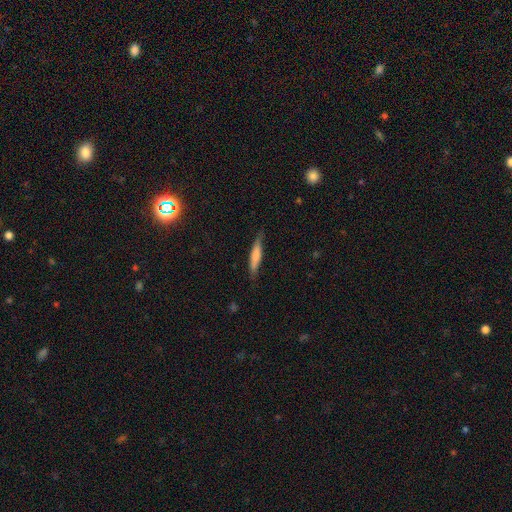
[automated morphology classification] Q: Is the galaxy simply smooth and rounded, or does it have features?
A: smooth — 68%.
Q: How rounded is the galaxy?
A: cigar-shaped — 87%.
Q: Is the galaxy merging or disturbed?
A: none — 80%.